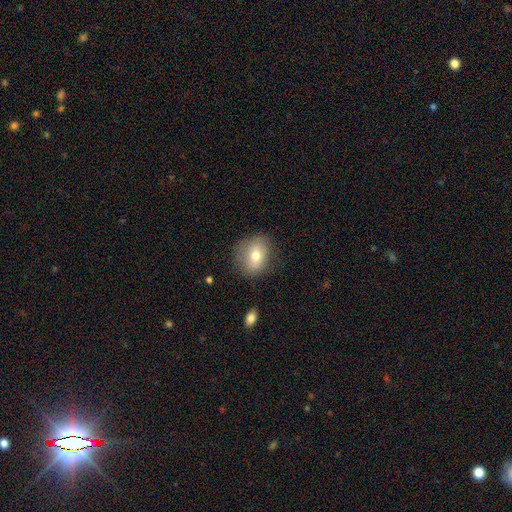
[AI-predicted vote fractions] Smooth or featured? smooth (71%)
How rounded? round (58%)
Merging? none (76%)